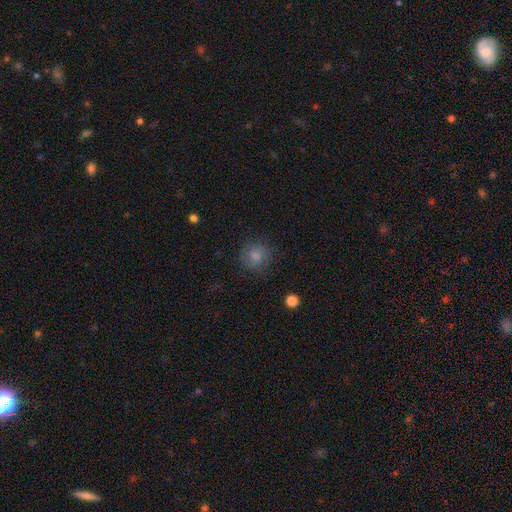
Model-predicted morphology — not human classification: A smooth galaxy with no disk features (78%) that is round (86%). Merging: none (78%).